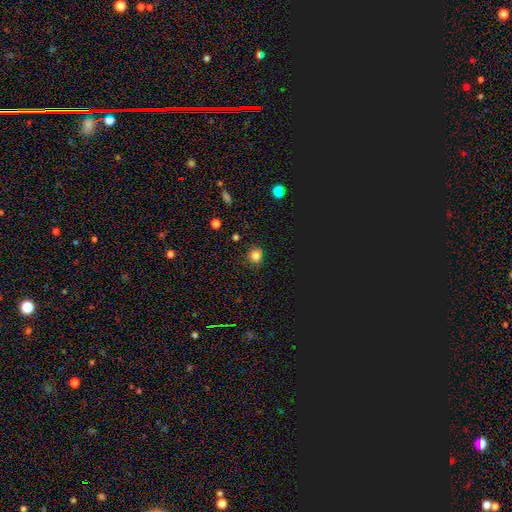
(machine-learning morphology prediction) The model was most divided on "smooth or featured": smooth: 79%, star or artifact: 17%, featured or disk: 5%. More confident: how rounded — round (88%); merging — none (87%).